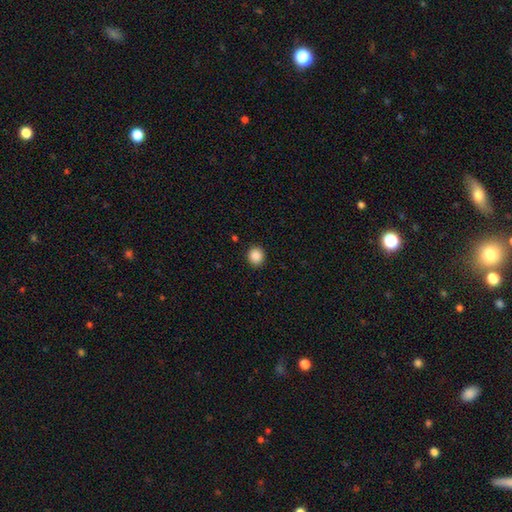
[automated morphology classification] Smooth or featured: smooth — 88% (star or artifact — 9%)
How rounded: round — 91% (in between — 8%)
Merging: none — 92% (minor disturbance — 5%)